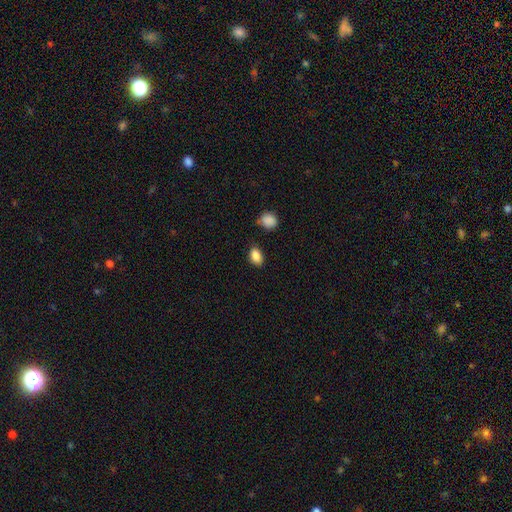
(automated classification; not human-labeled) Overall: smooth (87%). How rounded: in between (84%). Merging: none (82%).